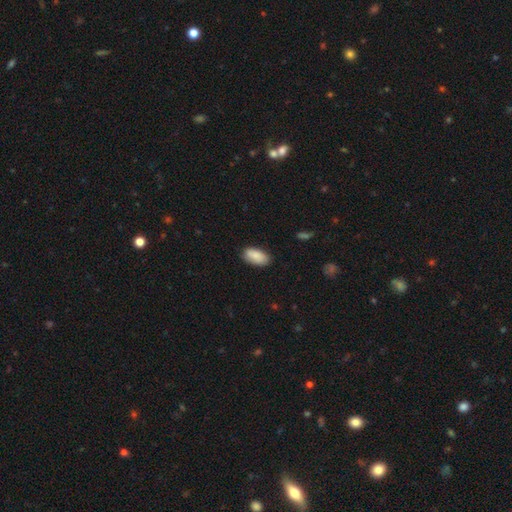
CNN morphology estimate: type=smooth (86%); roundness=in between (93%); merging=none (80%).